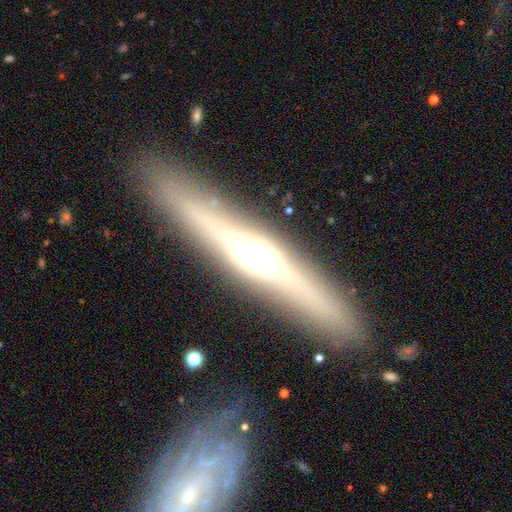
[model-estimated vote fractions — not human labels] This appears to be a featured or disk galaxy (70%) viewed edge-on (91%) with a rounded central bulge (87%). Merging: none (87%).